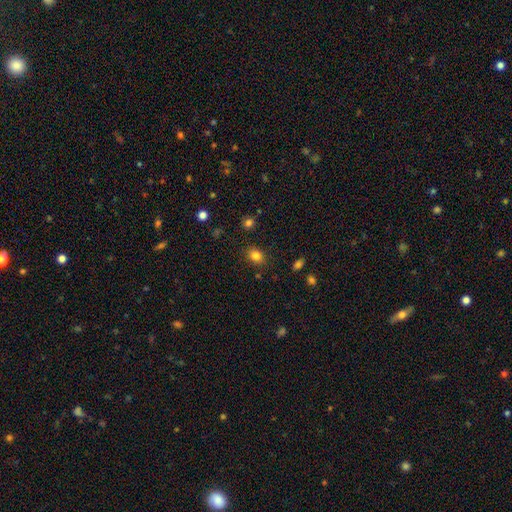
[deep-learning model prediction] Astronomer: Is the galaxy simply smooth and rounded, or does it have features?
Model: smooth — 82%.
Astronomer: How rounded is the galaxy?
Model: in between — 50% (runner-up: round, 49%).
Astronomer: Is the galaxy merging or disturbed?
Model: none — 85%.